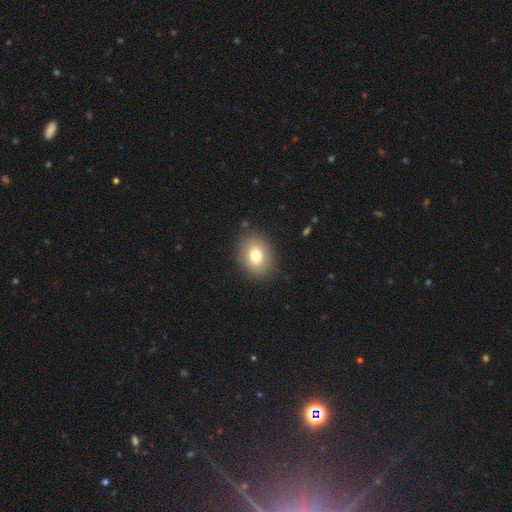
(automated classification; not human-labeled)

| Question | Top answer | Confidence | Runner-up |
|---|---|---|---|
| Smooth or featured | smooth | 76% | featured or disk (14%) |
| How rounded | in between | 62% | round (37%) |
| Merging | none | 85% | minor disturbance (10%) |